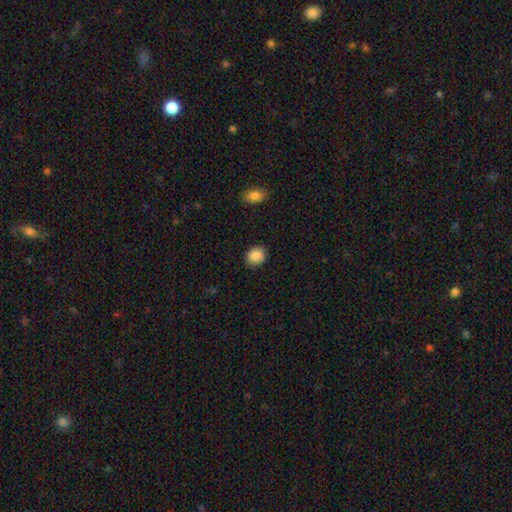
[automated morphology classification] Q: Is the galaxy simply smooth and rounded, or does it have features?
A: smooth — 88%.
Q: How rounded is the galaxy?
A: round — 59%.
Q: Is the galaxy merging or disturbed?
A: none — 87%.